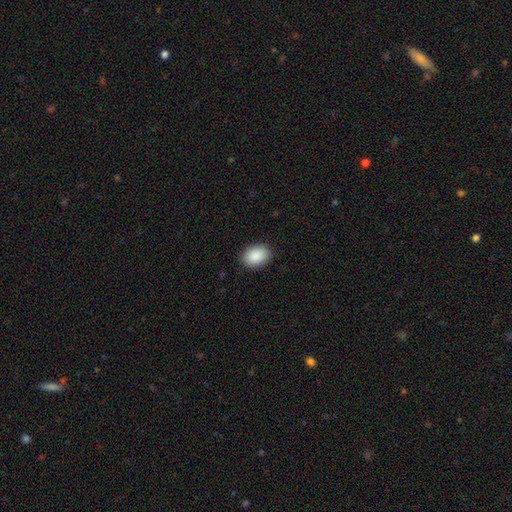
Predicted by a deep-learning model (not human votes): The model was most divided on "how rounded": in between: 81%, round: 18%, cigar-shaped: 1%. More confident: smooth or featured — smooth (90%); merging — none (89%).